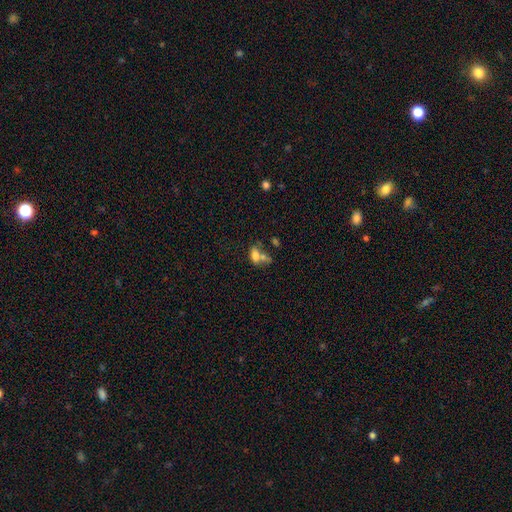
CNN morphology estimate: type=smooth (69%); roundness=in between (82%); merging=merger (51%).